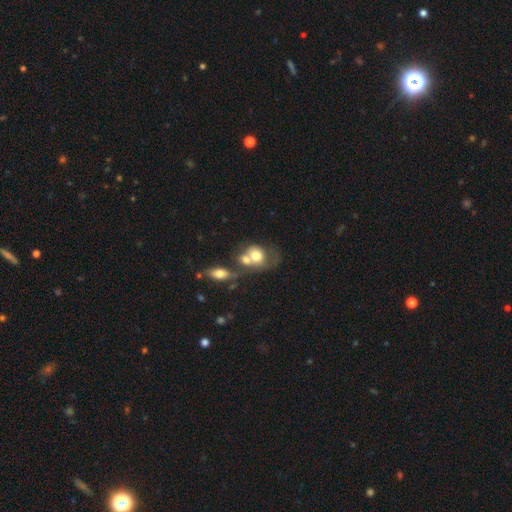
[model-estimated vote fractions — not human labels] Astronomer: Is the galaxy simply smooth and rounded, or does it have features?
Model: smooth — 65%.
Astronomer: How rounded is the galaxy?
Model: in between — 51% (runner-up: round, 48%).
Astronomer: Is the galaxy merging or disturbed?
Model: merger — 63%.